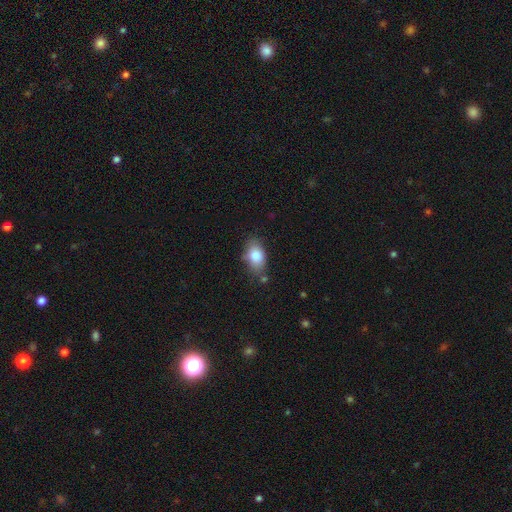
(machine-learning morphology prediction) type=smooth (83%); roundness=in between (86%); merging=none (67%).